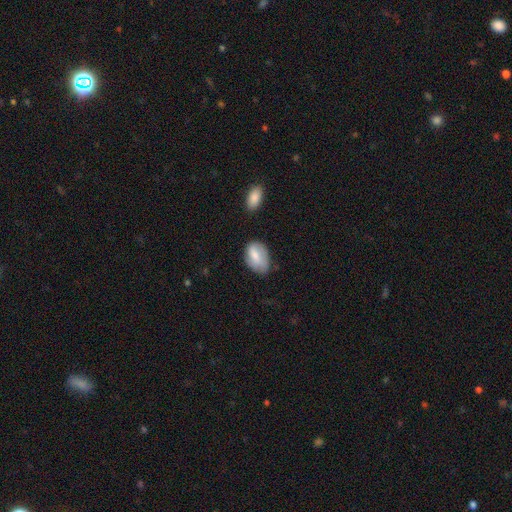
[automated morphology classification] Q: Smooth or featured?
A: smooth (77%); runner-up: featured or disk (16%)
Q: How rounded?
A: in between (90%); runner-up: round (9%)
Q: Merging?
A: none (55%); runner-up: minor disturbance (33%)